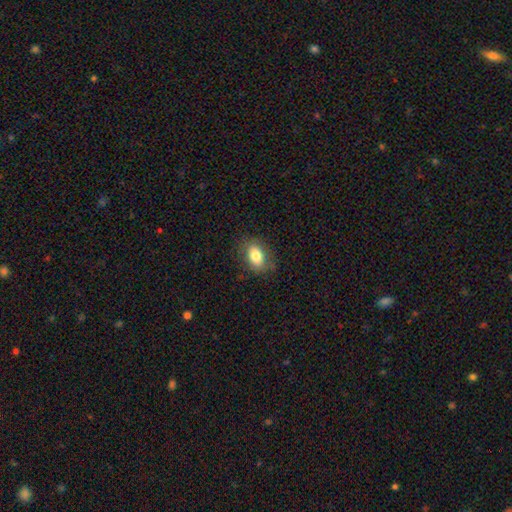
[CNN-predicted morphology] The model was most divided on "smooth or featured": smooth: 79%, featured or disk: 13%, star or artifact: 8%. More confident: how rounded — in between (83%); merging — none (80%).